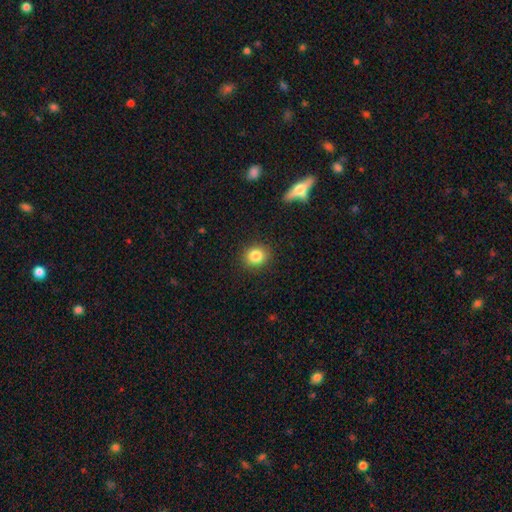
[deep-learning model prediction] This is clearly a smooth galaxy (84%). How rounded: likely round (80%). Merging: clearly none (89%).